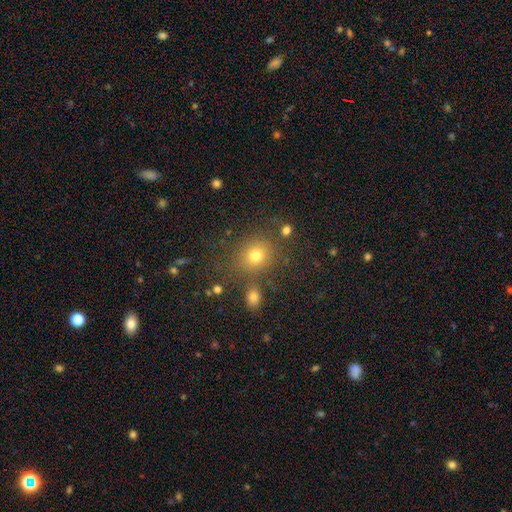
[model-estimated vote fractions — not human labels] Smooth or featured: smooth — 74% (star or artifact — 17%)
How rounded: round — 75% (in between — 24%)
Merging: none — 73% (minor disturbance — 12%)